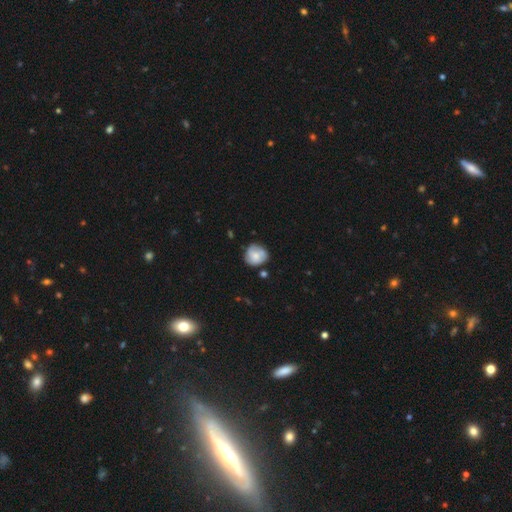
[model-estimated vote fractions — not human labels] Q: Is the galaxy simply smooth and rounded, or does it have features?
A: smooth — 66%.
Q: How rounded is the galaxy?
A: round — 85%.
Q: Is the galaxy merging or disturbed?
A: none — 67%.